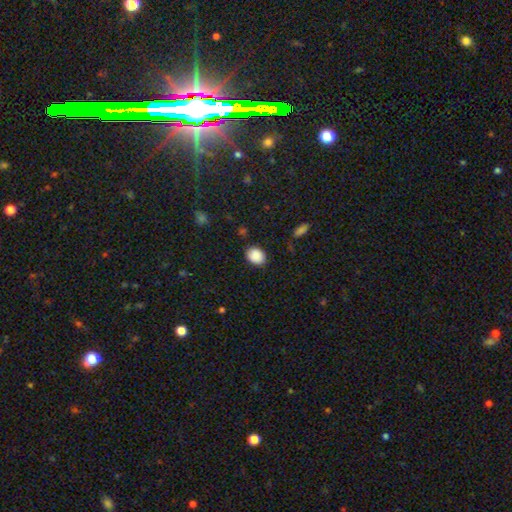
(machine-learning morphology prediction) smooth_or_featured: smooth (p=0.89) [alt: star or artifact p=0.08]
how_rounded: in between (p=0.57) [alt: round p=0.42]
merging: none (p=0.85) [alt: minor disturbance p=0.11]